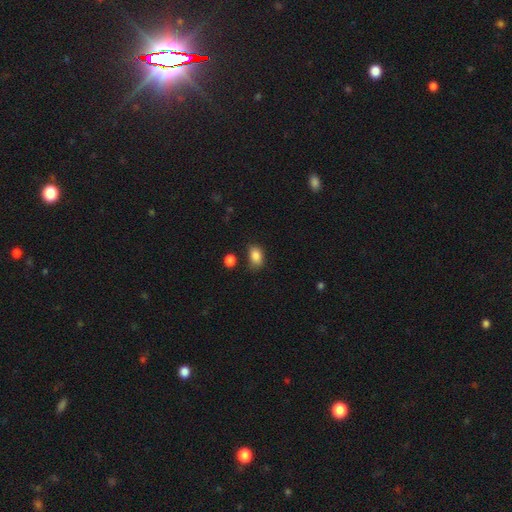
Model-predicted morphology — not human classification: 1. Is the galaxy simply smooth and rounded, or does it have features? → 86% smooth, 9% star or artifact, 5% featured or disk.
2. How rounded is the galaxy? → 82% in between, 16% round, 2% cigar-shaped.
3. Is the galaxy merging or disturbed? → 67% none, 23% minor disturbance, 6% major disturbance, 4% merger.